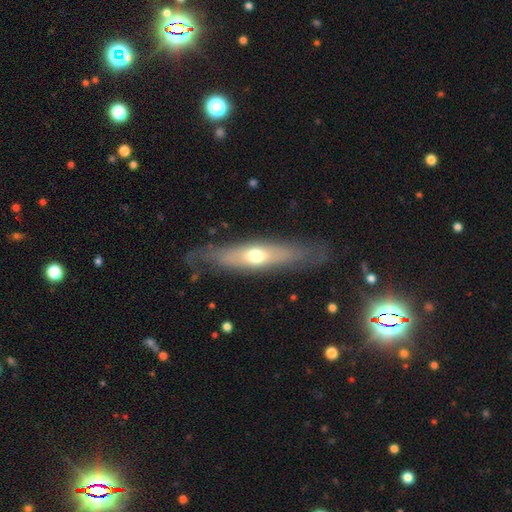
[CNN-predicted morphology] The model was most divided on "smooth or featured": featured or disk: 52%, smooth: 42%, star or artifact: 6%. More confident: merging — none (76%); edge-on disk — yes (61%).